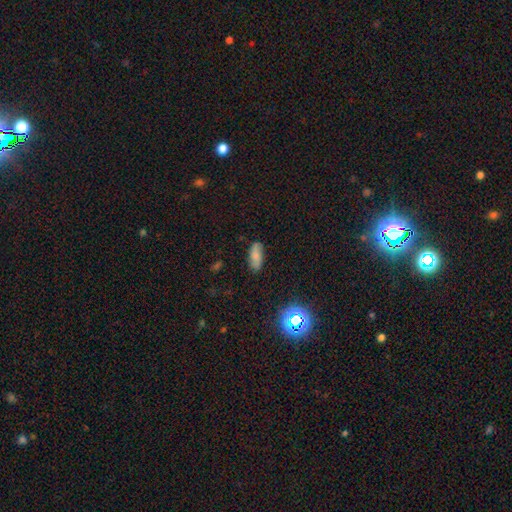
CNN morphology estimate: A smooth galaxy with no disk features (73%) that is in between round and cigar-shaped (82%).

Vote fractions:
- Smooth or featured? smooth: 73% / featured or disk: 15% / star or artifact: 12%
- How rounded? in between: 82% / cigar-shaped: 15% / round: 3%
- Merging? none: 80% / minor disturbance: 15% / major disturbance: 3% / merger: 2%